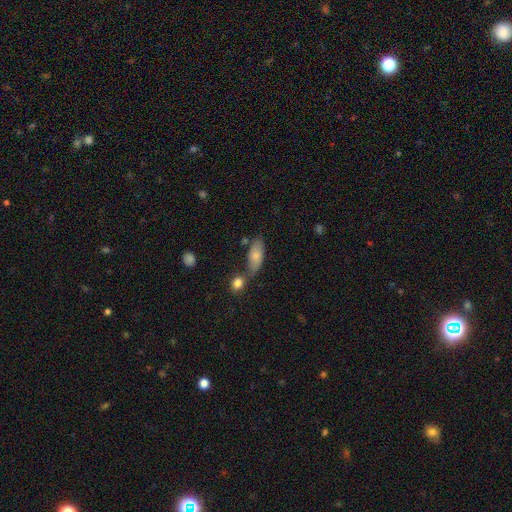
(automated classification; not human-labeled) A smooth galaxy with no disk features (77%) that is in between round and cigar-shaped (82%).

Vote fractions:
- Smooth or featured? smooth: 77% / featured or disk: 16% / star or artifact: 7%
- How rounded? in between: 82% / cigar-shaped: 15% / round: 3%
- Merging? none: 52% / merger: 25% / minor disturbance: 18% / major disturbance: 6%